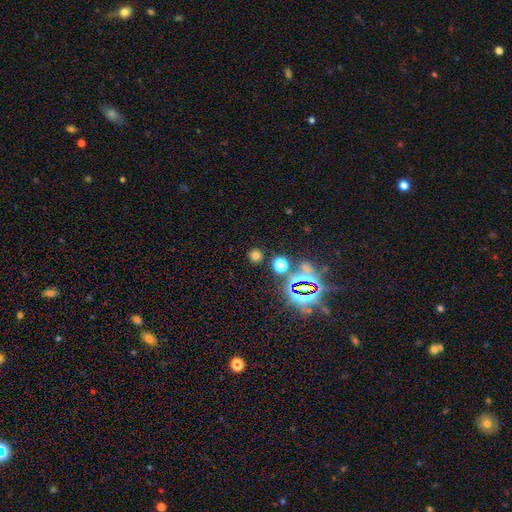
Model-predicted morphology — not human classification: type=smooth (62%); roundness=round (91%); merging=none (86%).